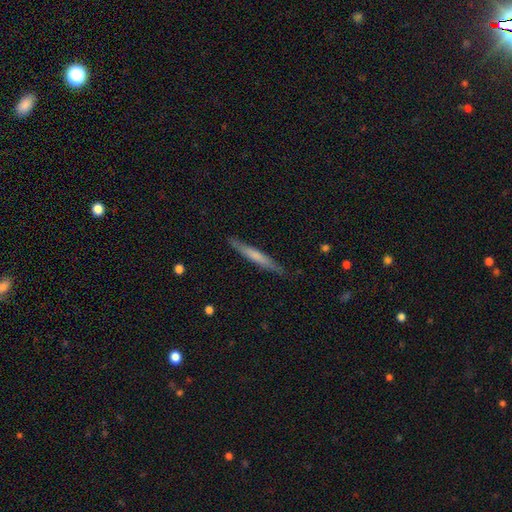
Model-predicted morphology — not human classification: type=smooth (57%); roundness=cigar-shaped (96%); merging=none (87%).